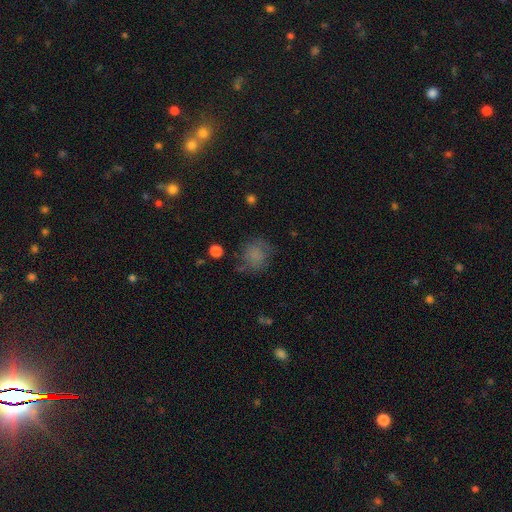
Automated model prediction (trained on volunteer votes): This is likely a smooth galaxy (74%). How rounded: likely round (77%). Merging: likely none (67%).